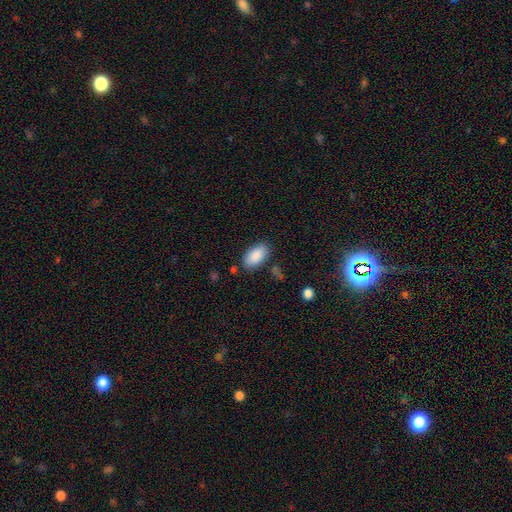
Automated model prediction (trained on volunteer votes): Q: Smooth or featured?
A: smooth (88%); runner-up: star or artifact (6%)
Q: How rounded?
A: in between (95%); runner-up: round (3%)
Q: Merging?
A: none (83%); runner-up: minor disturbance (12%)